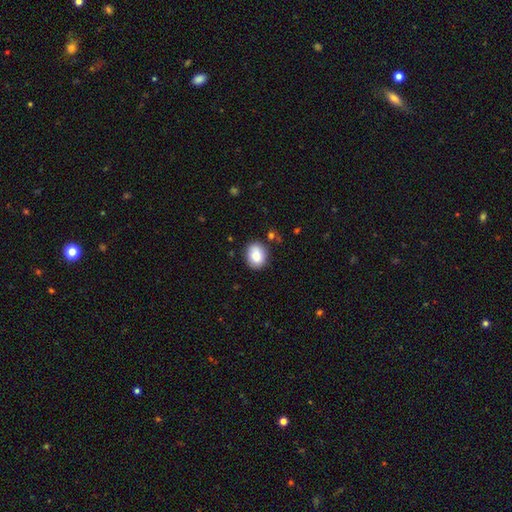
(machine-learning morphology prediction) The model was most divided on "how rounded": in between: 55%, round: 44%, cigar-shaped: 1%. More confident: smooth or featured — smooth (83%); merging — none (83%).